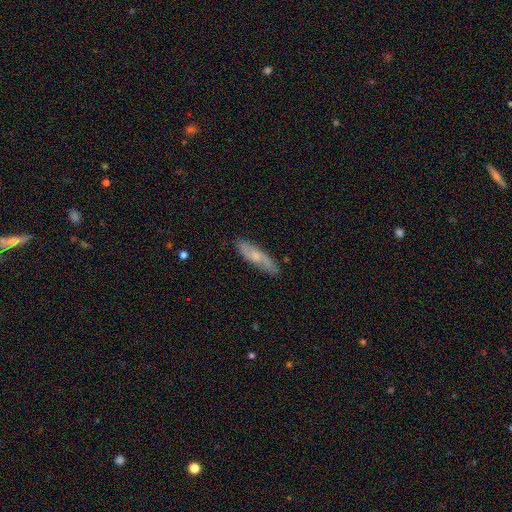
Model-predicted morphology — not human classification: smooth_or_featured: featured or disk (p=0.50) [alt: smooth p=0.44]
merging: none (p=0.84) [alt: minor disturbance p=0.13]